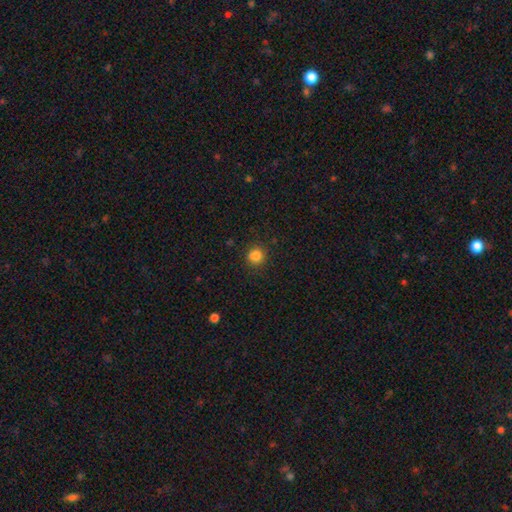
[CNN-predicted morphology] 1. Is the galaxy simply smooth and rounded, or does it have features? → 85% smooth, 12% star or artifact, 4% featured or disk.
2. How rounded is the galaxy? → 89% round, 10% in between, 1% cigar-shaped.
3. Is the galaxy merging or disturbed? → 88% none, 8% minor disturbance, 3% major disturbance, 1% merger.